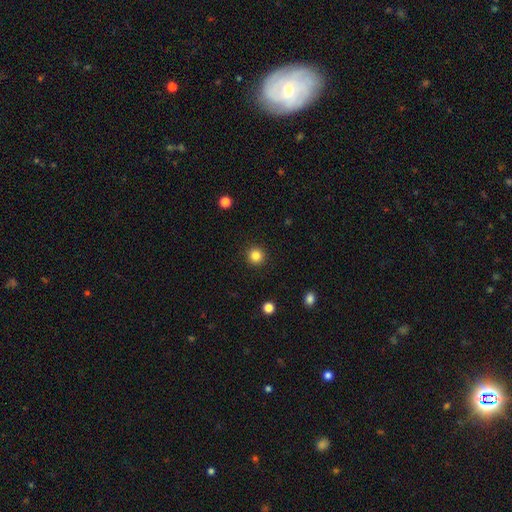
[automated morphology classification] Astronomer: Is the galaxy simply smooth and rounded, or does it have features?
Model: smooth — 84%.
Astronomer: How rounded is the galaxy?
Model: round — 95%.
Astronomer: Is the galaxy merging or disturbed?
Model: none — 93%.